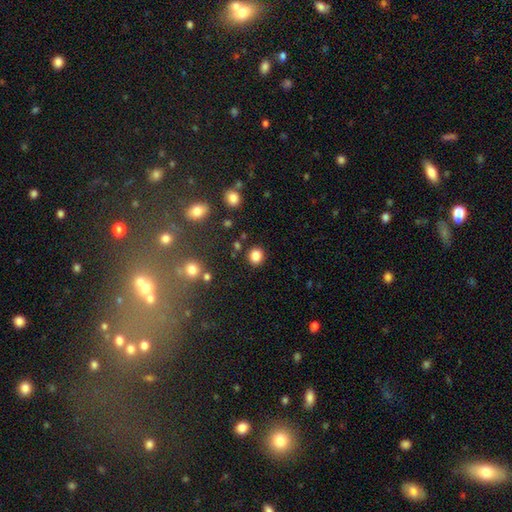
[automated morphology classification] Smooth or featured: smooth — 84% (star or artifact — 11%)
How rounded: round — 80% (in between — 19%)
Merging: none — 87% (minor disturbance — 7%)